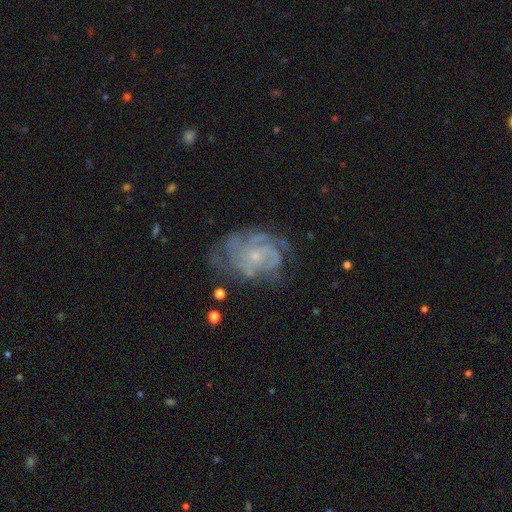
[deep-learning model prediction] Smooth or featured? Predicted: featured or disk (p=0.81). Edge-on disk? Predicted: no (p=0.98). Bar? Predicted: no (p=0.77). Spiral arms? Predicted: yes (p=0.91). Spiral winding? Predicted: tight (p=0.59). Spiral arm count? Predicted: can't tell (p=0.35). Bulge size? Predicted: small (p=0.77). Merging? Predicted: none (p=0.61).